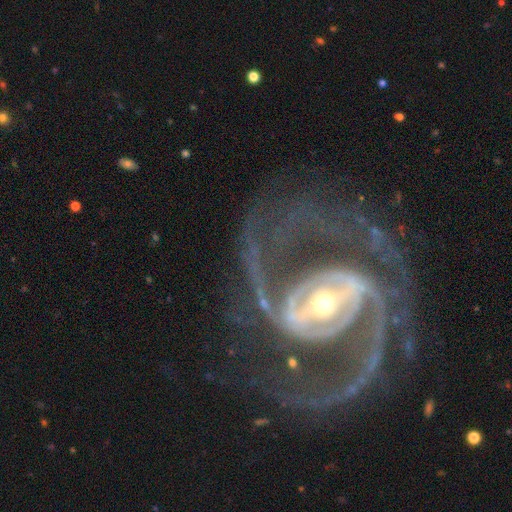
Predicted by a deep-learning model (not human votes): Smooth or featured? Predicted: featured or disk (p=0.92). Edge-on disk? Predicted: no (p=0.97). Bar? Predicted: strong (p=0.61). Spiral arms? Predicted: yes (p=0.97). Spiral winding? Predicted: medium (p=0.55). Spiral arm count? Predicted: 2 (p=0.80). Bulge size? Predicted: moderate (p=0.47). Merging? Predicted: none (p=0.66).